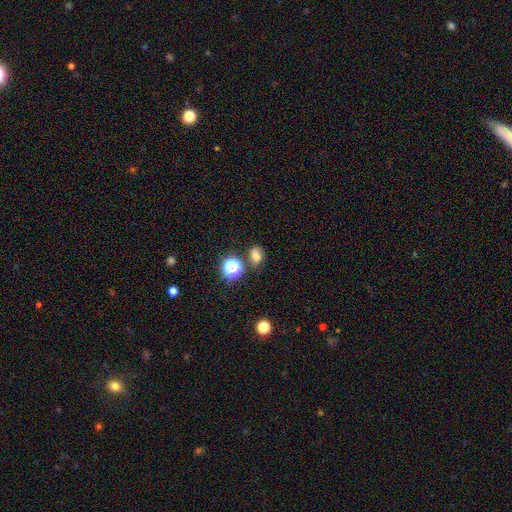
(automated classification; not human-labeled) Morphology: type=smooth (66%); roundness=in between (61%); merging=none (68%).